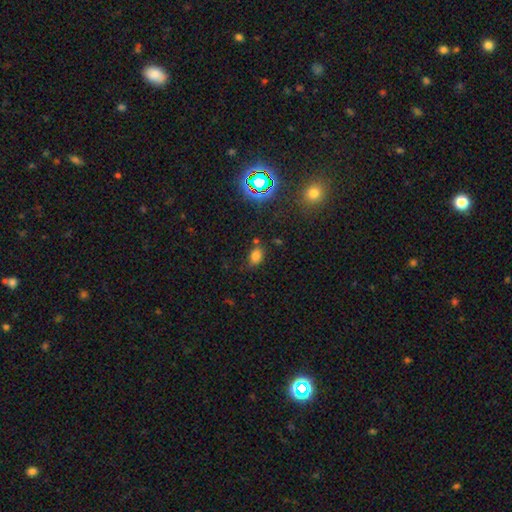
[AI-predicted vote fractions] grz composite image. It shows a smooth galaxy with no disk features (72%) that is in between round and cigar-shaped (77%). Merging: none (65%).